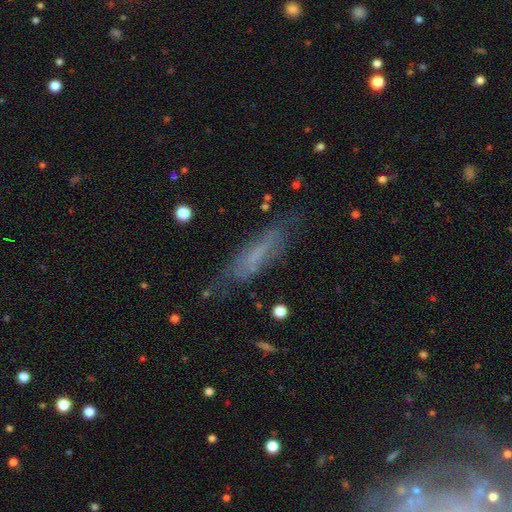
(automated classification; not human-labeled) Q: Smooth or featured?
A: featured or disk (47%); runner-up: smooth (43%)
Q: Merging?
A: none (66%); runner-up: minor disturbance (22%)